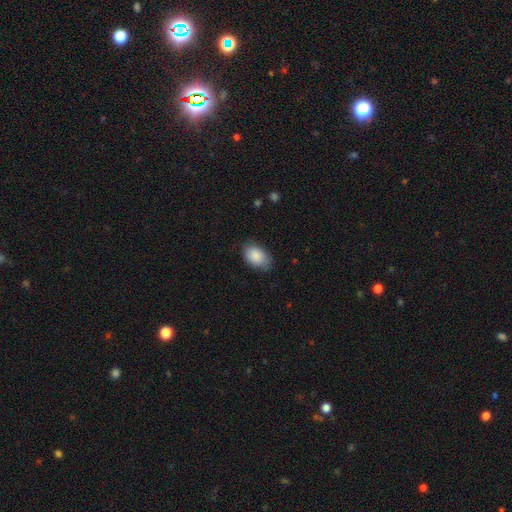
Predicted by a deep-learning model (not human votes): smooth-or-featured: smooth: 88% | star or artifact: 6% | featured or disk: 6%
  how-rounded: in between: 89% | round: 10% | cigar-shaped: 1%
  merging: none: 74% | minor disturbance: 21% | major disturbance: 4% | merger: 1%